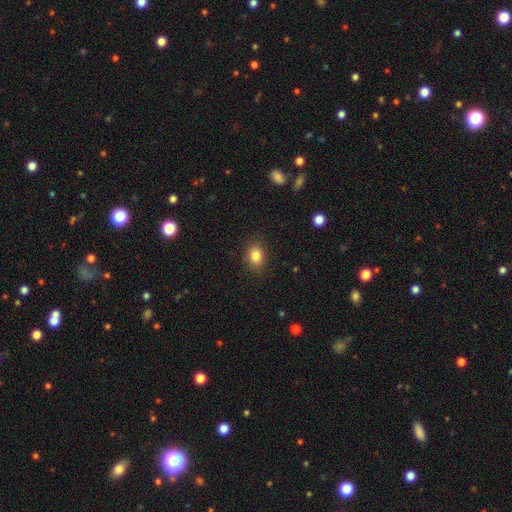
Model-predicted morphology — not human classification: A smooth galaxy with no disk features (84%) that is in between round and cigar-shaped (62%).

Vote fractions:
- Smooth or featured? smooth: 84% / star or artifact: 10% / featured or disk: 6%
- How rounded? in between: 62% / round: 37% / cigar-shaped: 1%
- Merging? none: 87% / minor disturbance: 10% / major disturbance: 3% / merger: 1%